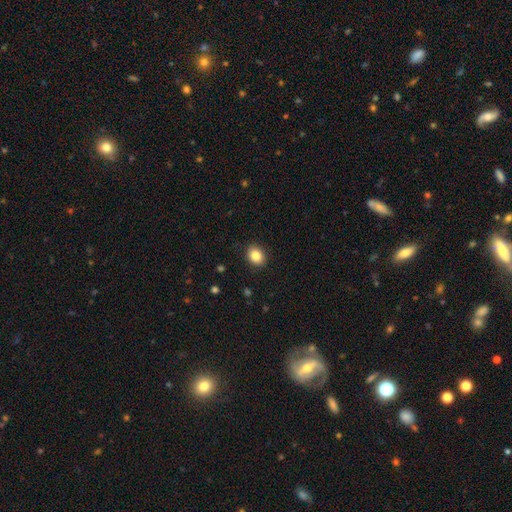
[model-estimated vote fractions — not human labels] Smooth or featured: smooth — 85% (star or artifact — 9%)
How rounded: in between — 51% (round — 48%)
Merging: none — 90% (minor disturbance — 7%)